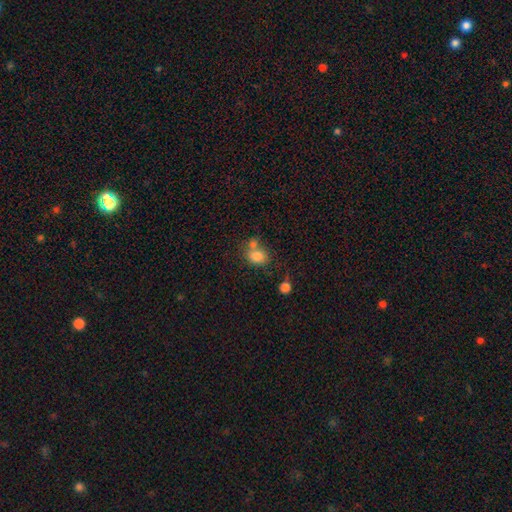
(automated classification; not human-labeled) Overall: smooth (79%). How rounded: round (58%; in between 41%). Merging: none (46%; merger 36%).